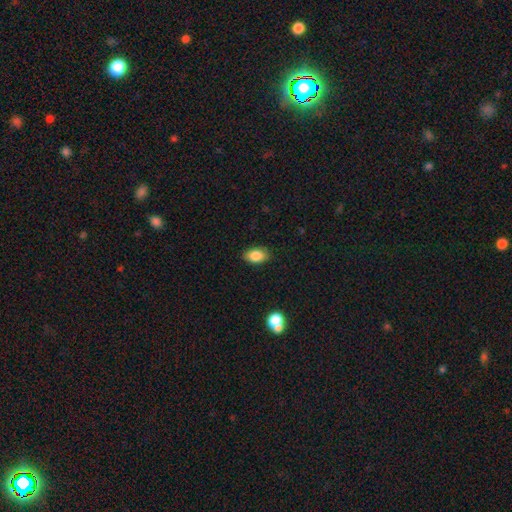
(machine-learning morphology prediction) Q: Smooth or featured?
A: smooth (84%); runner-up: star or artifact (8%)
Q: How rounded?
A: in between (88%); runner-up: round (10%)
Q: Merging?
A: none (86%); runner-up: minor disturbance (11%)